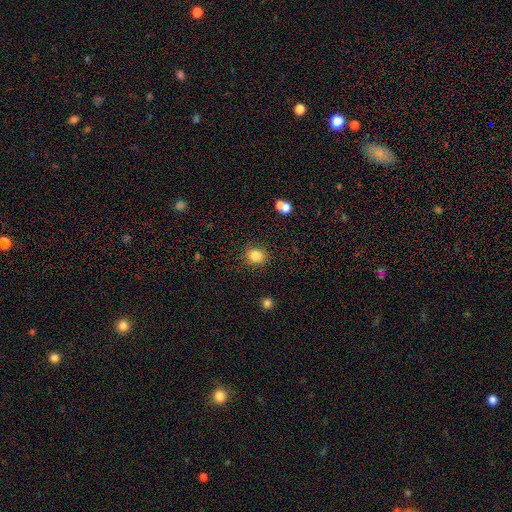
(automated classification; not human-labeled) Smooth or featured: smooth — 84% (star or artifact — 10%)
How rounded: round — 72% (in between — 27%)
Merging: none — 85% (minor disturbance — 9%)